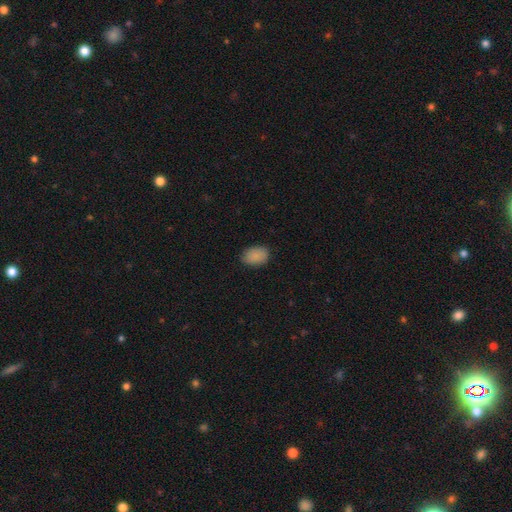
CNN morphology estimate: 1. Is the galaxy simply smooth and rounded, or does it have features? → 88% smooth, 8% star or artifact, 4% featured or disk.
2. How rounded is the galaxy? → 81% in between, 18% round, 1% cigar-shaped.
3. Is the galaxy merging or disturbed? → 86% none, 11% minor disturbance, 2% major disturbance, 1% merger.